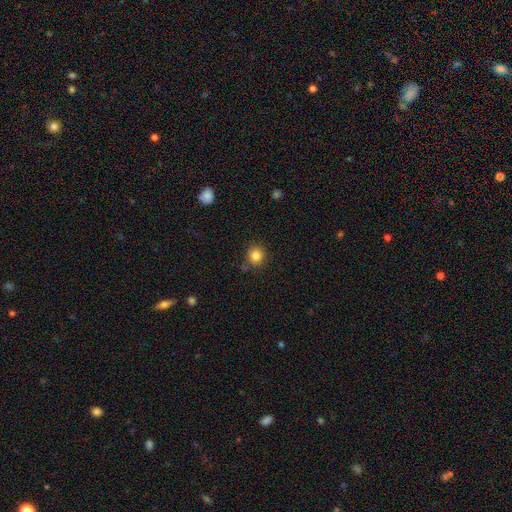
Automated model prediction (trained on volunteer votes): smooth-or-featured: smooth: 84% | star or artifact: 11% | featured or disk: 5%
  how-rounded: round: 88% | in between: 11% | cigar-shaped: 1%
  merging: none: 84% | minor disturbance: 10% | merger: 4% | major disturbance: 3%